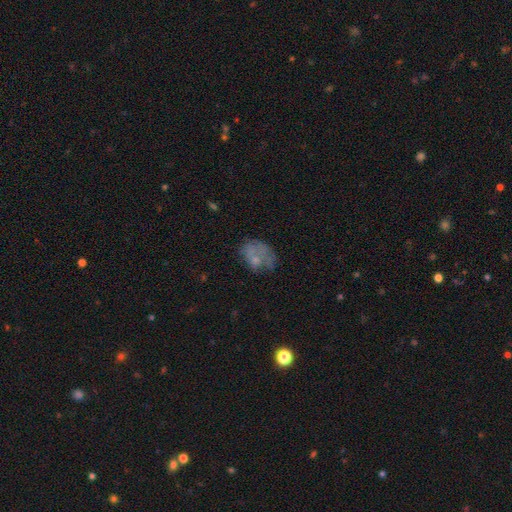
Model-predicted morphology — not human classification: The model was most divided on "merging": none: 37%, major disturbance: 30%, minor disturbance: 27%, merger: 7%. More confident: how rounded — in between (72%); smooth or featured — smooth (52%).